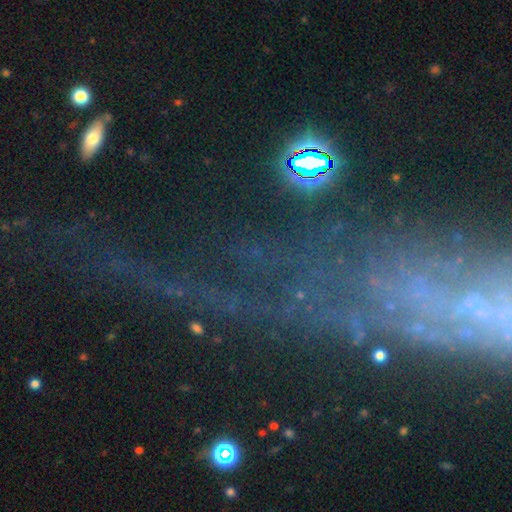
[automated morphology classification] A star or artifact, not a galaxy (44%).